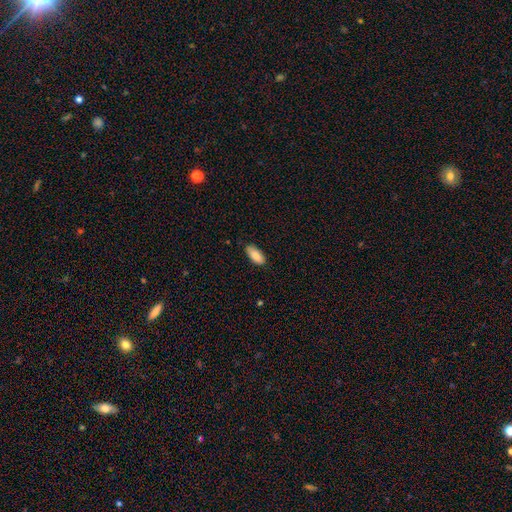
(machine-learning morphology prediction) Smooth or featured: smooth — 86% (featured or disk — 8%)
How rounded: in between — 88% (cigar-shaped — 10%)
Merging: none — 83% (minor disturbance — 14%)